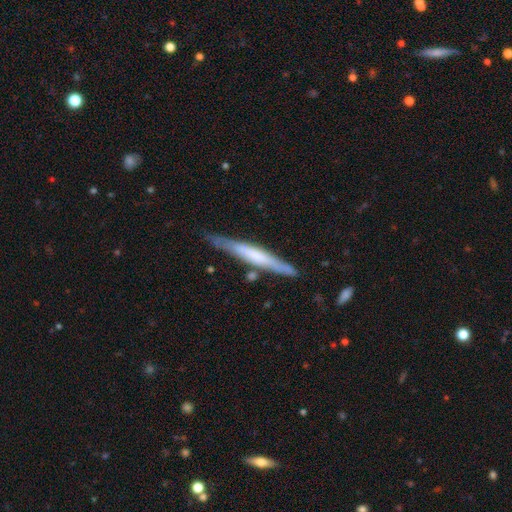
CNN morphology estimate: Smooth or featured: featured or disk — 50% (smooth — 44%)
Merging: none — 76% (minor disturbance — 17%)